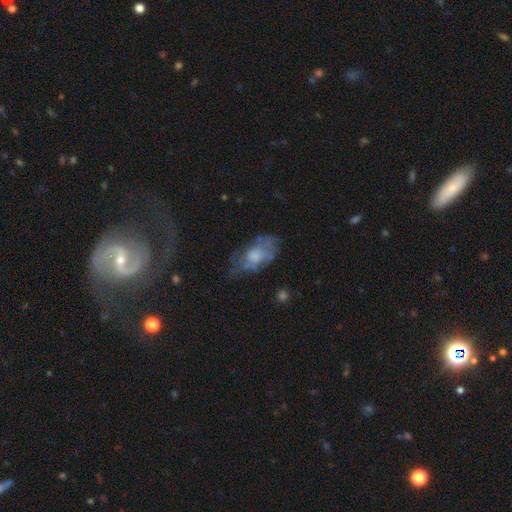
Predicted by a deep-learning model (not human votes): Smooth or featured? smooth (49%)
Merging? none (49%)